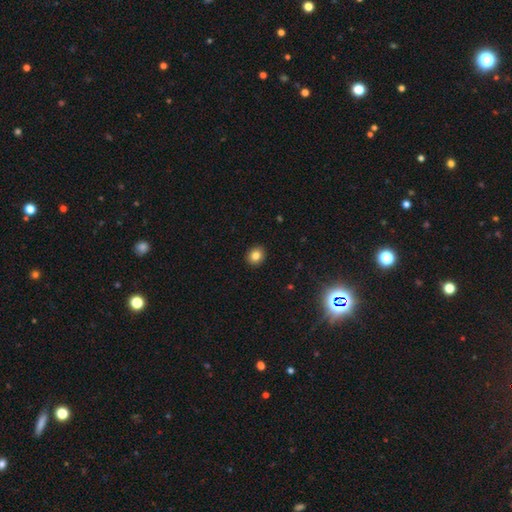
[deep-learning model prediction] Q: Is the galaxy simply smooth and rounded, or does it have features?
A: smooth — 82%.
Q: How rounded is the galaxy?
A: round — 74%.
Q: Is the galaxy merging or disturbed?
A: none — 91%.